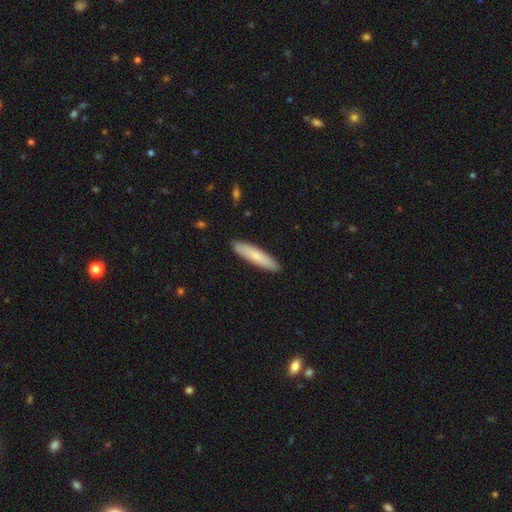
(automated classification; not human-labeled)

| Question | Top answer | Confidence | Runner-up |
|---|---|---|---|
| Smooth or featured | smooth | 75% | featured or disk (20%) |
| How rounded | cigar-shaped | 83% | in between (16%) |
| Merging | none | 90% | minor disturbance (8%) |